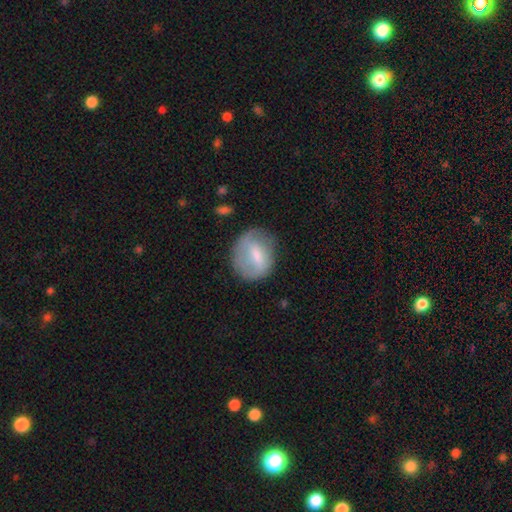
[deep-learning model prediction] The model was most divided on "how rounded": round: 60%, in between: 38%, cigar-shaped: 2%. More confident: merging — none (65%); smooth or featured — smooth (58%).